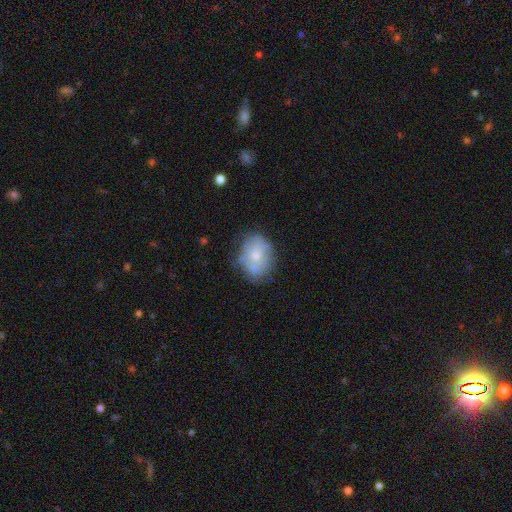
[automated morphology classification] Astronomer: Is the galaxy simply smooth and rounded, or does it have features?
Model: smooth — 60%.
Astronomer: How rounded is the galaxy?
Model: in between — 61% (runner-up: round, 38%).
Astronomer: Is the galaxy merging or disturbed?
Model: none — 58%.